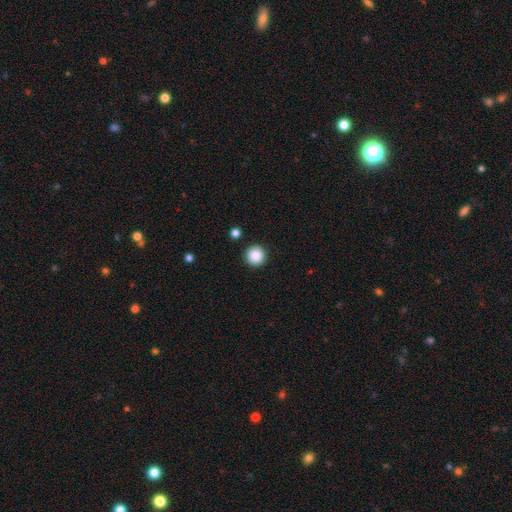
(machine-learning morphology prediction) type=smooth (88%); roundness=round (96%); merging=none (92%).